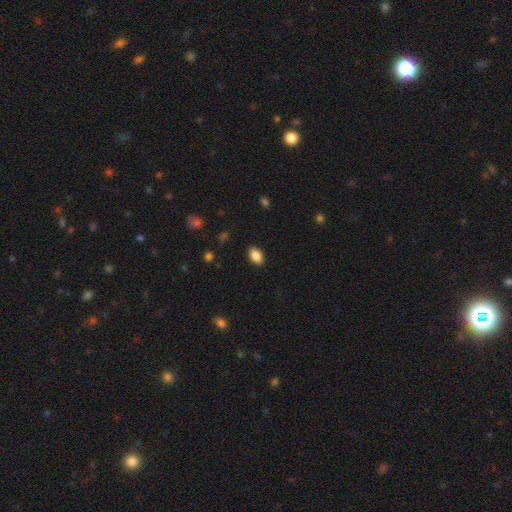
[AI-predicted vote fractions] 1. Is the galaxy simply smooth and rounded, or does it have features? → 86% smooth, 8% star or artifact, 6% featured or disk.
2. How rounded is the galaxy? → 91% in between, 6% round, 3% cigar-shaped.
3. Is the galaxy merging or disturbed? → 88% none, 9% minor disturbance, 2% major disturbance, 1% merger.